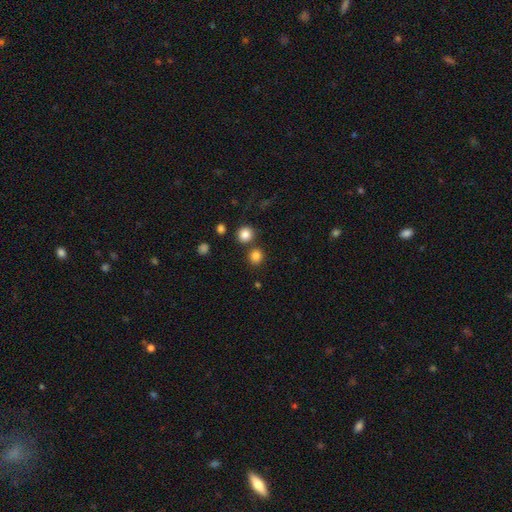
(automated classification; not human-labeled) This appears to be a smooth galaxy with no disk features (82%) that is round (87%). Merging: none (77%).